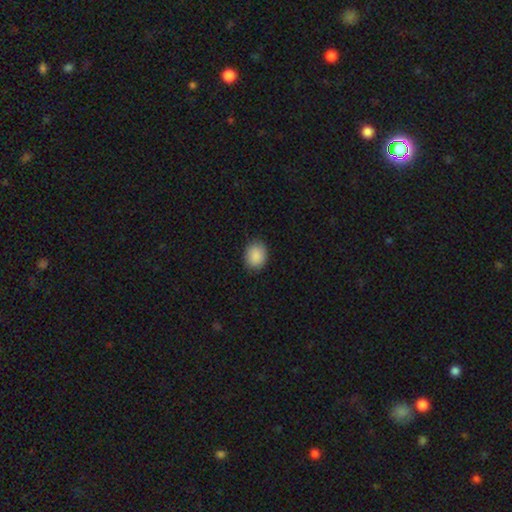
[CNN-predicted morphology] Q: Smooth or featured?
A: smooth (89%); runner-up: star or artifact (7%)
Q: How rounded?
A: round (51%); runner-up: in between (48%)
Q: Merging?
A: none (86%); runner-up: minor disturbance (11%)